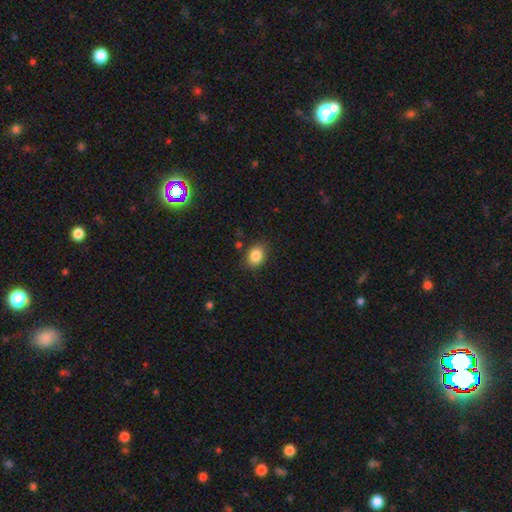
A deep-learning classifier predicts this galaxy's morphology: This appears to be a smooth galaxy with no disk features (86%) that is in between round and cigar-shaped (65%). Merging: none (83%).